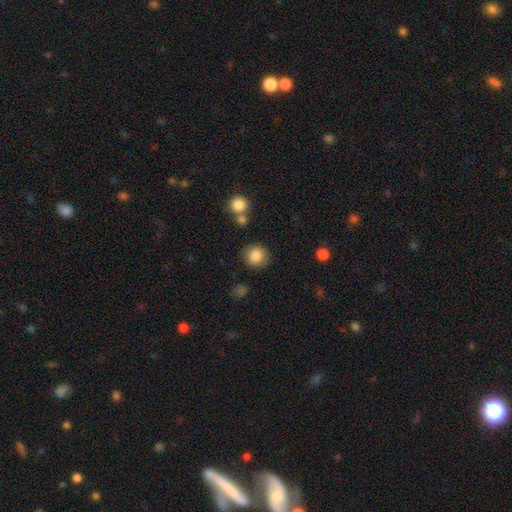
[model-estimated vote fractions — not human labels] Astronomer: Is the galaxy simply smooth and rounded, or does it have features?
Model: smooth — 85%.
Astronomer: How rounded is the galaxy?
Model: round — 89%.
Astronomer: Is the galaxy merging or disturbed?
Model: none — 84%.